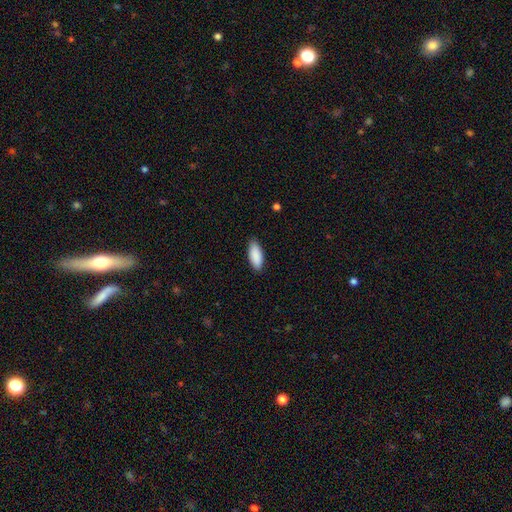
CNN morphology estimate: Smooth or featured?
  - smooth: 90% *
  - star or artifact: 6%
  - featured or disk: 4%
How rounded?
  - in between: 83% *
  - cigar-shaped: 16%
  - round: 2%
Merging?
  - none: 87% *
  - minor disturbance: 10%
  - major disturbance: 2%
  - merger: 1%